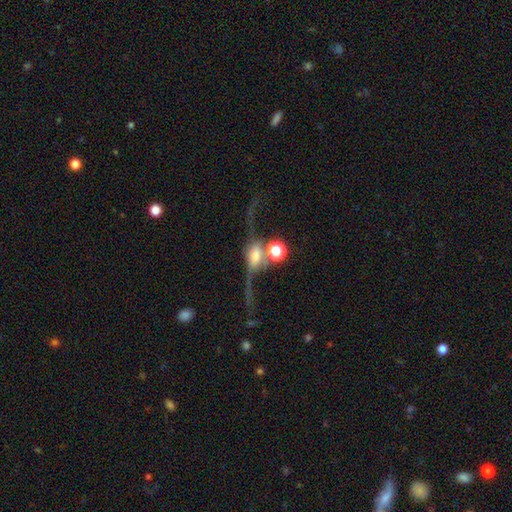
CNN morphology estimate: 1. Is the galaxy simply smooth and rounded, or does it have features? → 60% featured or disk, 28% smooth, 12% star or artifact.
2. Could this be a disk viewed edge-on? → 56% no, 44% yes.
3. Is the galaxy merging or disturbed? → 31% none (tied), 31% major disturbance (tied), 23% merger, 15% minor disturbance.